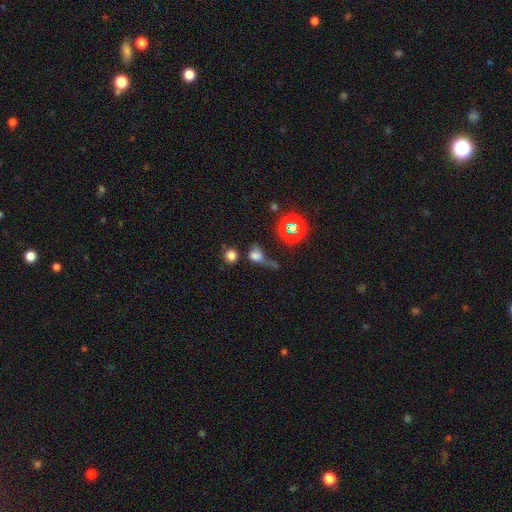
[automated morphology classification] Smooth or featured? Predicted: smooth (p=0.59). How rounded? Predicted: round (p=0.65). Merging? Predicted: none (p=0.32).